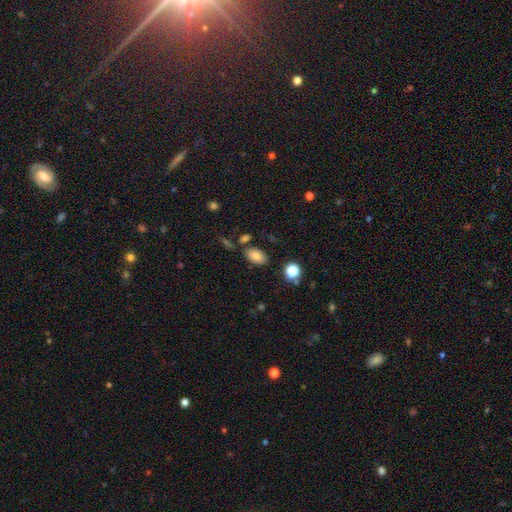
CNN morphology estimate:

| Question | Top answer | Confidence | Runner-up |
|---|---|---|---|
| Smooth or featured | smooth | 84% | star or artifact (9%) |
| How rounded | in between | 90% | round (8%) |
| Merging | none | 76% | minor disturbance (13%) |